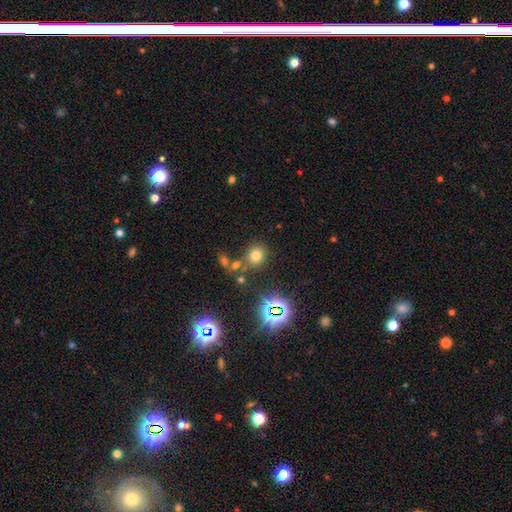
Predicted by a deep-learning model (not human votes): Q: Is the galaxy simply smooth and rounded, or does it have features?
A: smooth — 68%.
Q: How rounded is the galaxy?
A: round — 77%.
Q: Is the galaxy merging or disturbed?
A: none — 71%.